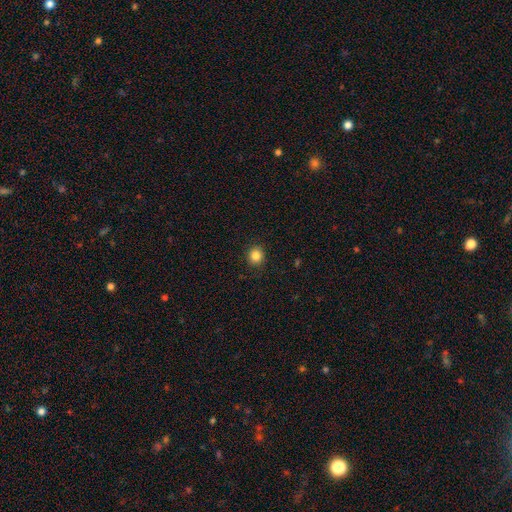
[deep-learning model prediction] Q: Smooth or featured?
A: smooth (85%); runner-up: star or artifact (11%)
Q: How rounded?
A: round (87%); runner-up: in between (12%)
Q: Merging?
A: none (91%); runner-up: minor disturbance (6%)